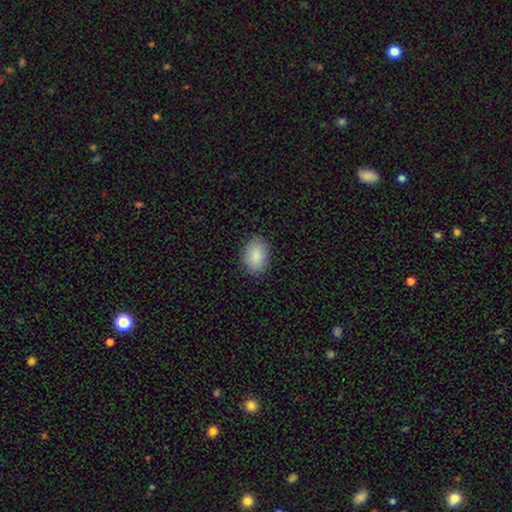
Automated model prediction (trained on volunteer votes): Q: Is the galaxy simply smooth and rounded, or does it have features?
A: smooth — 89%.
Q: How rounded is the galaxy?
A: in between — 86%.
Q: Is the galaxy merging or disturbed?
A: none — 88%.